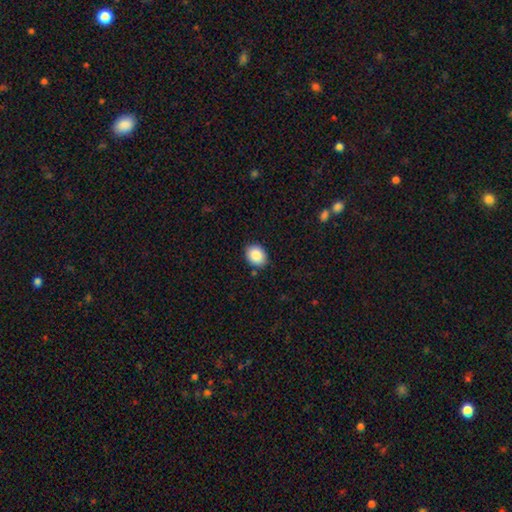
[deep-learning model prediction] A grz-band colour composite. It shows a smooth galaxy with no disk features (88%) that is round (51%). Merging: none (86%).